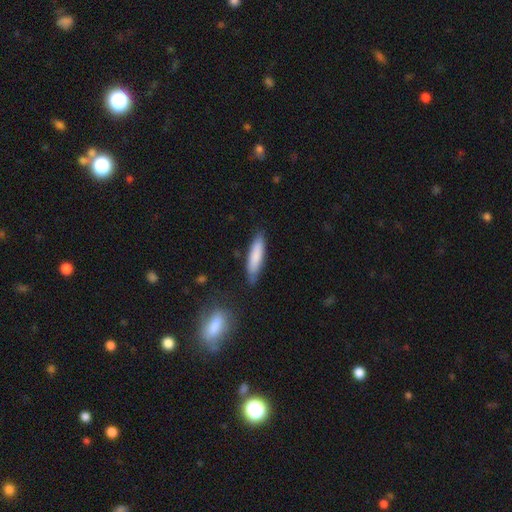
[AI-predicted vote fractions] Smooth or featured: smooth — 81% (featured or disk — 13%)
How rounded: cigar-shaped — 74% (in between — 25%)
Merging: none — 80% (minor disturbance — 15%)